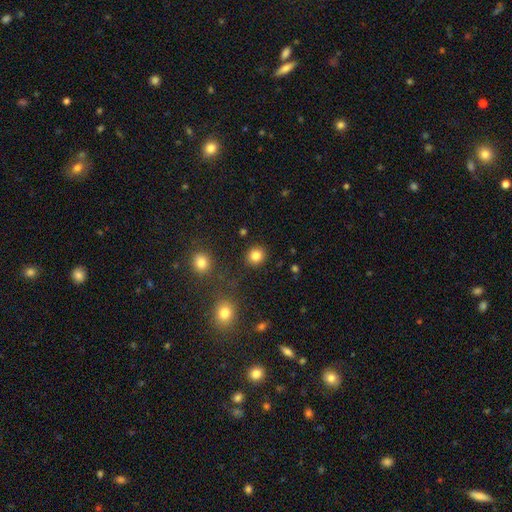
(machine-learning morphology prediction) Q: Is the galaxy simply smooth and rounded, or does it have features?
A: smooth — 84%.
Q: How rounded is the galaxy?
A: round — 85%.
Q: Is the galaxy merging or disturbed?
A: none — 89%.